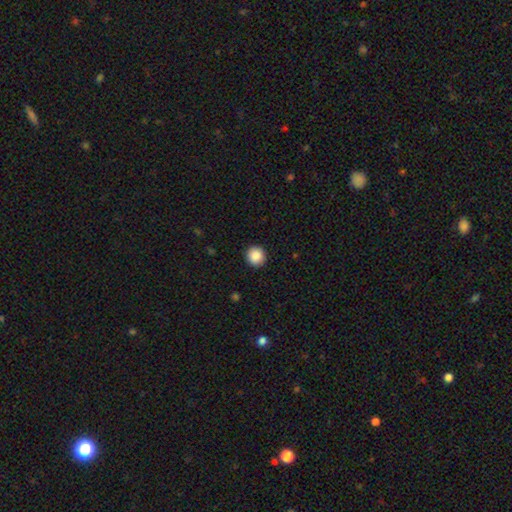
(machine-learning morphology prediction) Smooth or featured? smooth (89%)
How rounded? round (93%)
Merging? none (92%)